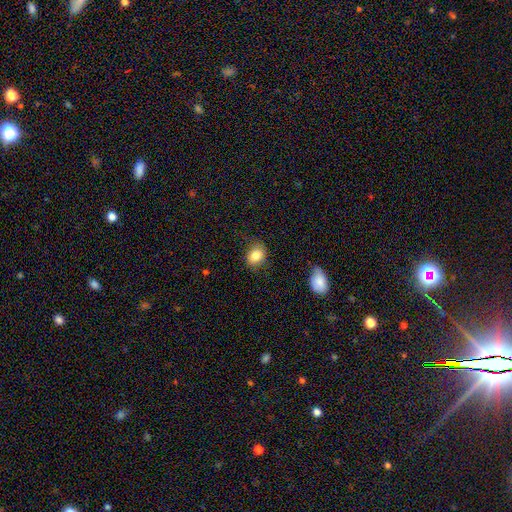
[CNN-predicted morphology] Smooth or featured: smooth — 83% (star or artifact — 9%)
How rounded: in between — 58% (round — 40%)
Merging: none — 75% (minor disturbance — 18%)